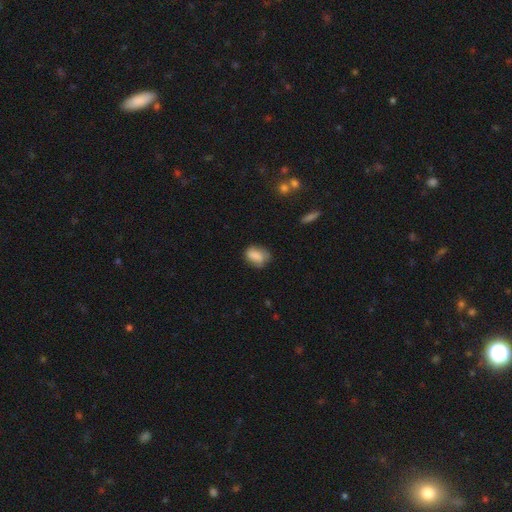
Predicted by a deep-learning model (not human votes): Smooth or featured? smooth (81%)
How rounded? in between (78%)
Merging? none (60%)